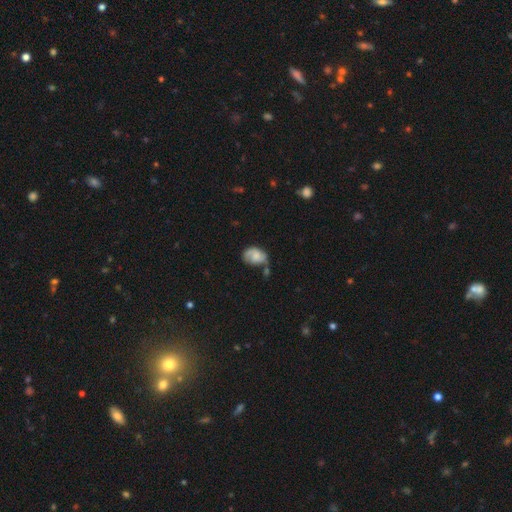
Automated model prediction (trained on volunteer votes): This appears to be a smooth galaxy with no disk features (51%) that is in between round and cigar-shaped (75%). Merging: none (36%).